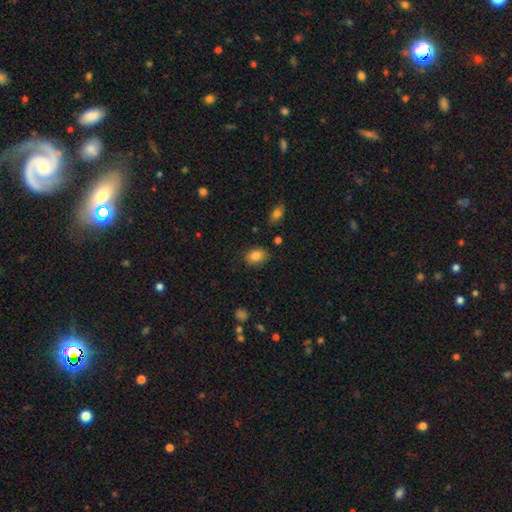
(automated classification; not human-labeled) smooth 84%, star or artifact 9%, featured or disk 7%. Down the decision tree: how rounded — in between (63%); merging — none (80%).